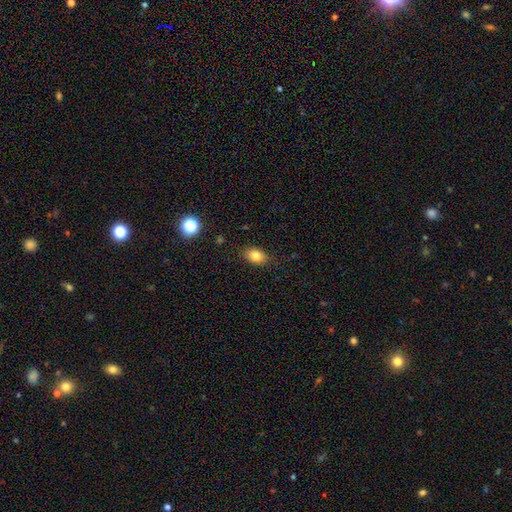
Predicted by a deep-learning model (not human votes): This is clearly a smooth galaxy (81%). How rounded: likely in between (79%). Merging: clearly none (85%).